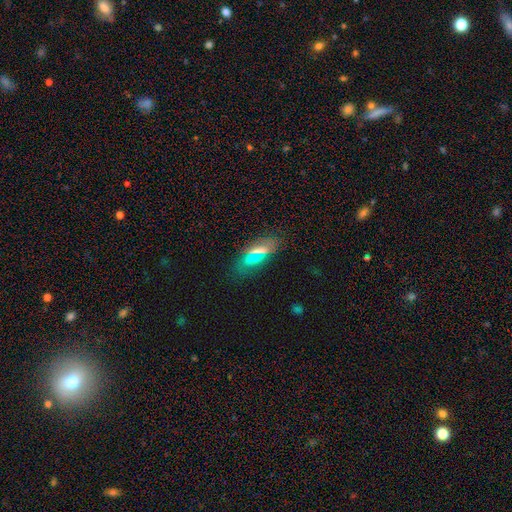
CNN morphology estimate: Q: Smooth or featured?
A: smooth (56%); runner-up: featured or disk (23%)
Q: How rounded?
A: in between (73%); runner-up: cigar-shaped (20%)
Q: Merging?
A: none (82%); runner-up: minor disturbance (11%)